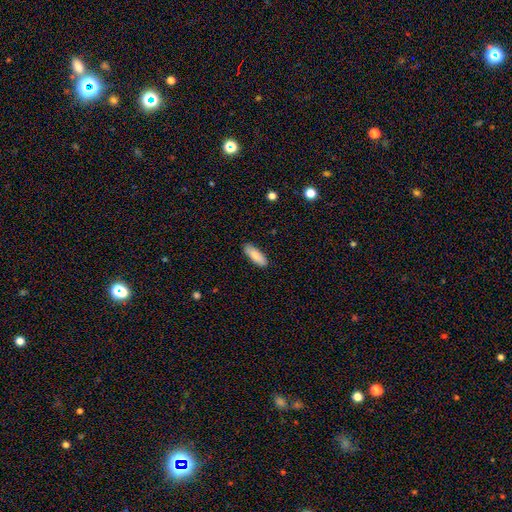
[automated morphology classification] Smooth or featured: smooth — 86% (featured or disk — 8%)
How rounded: in between — 62% (cigar-shaped — 36%)
Merging: none — 87% (minor disturbance — 10%)